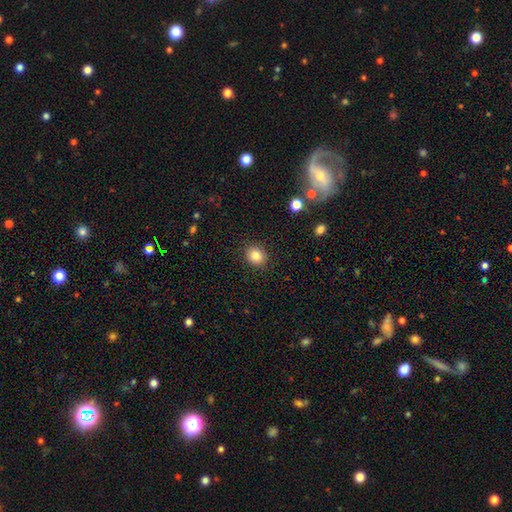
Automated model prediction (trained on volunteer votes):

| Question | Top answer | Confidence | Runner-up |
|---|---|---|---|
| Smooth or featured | smooth | 83% | star or artifact (11%) |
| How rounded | round | 74% | in between (25%) |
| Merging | none | 90% | minor disturbance (7%) |